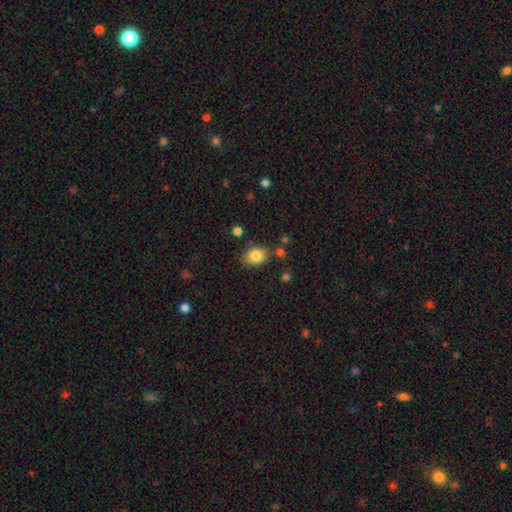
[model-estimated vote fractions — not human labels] A smooth galaxy with no disk features (83%) that is in between round and cigar-shaped (66%).

Vote fractions:
- Smooth or featured? smooth: 83% / star or artifact: 9% / featured or disk: 8%
- How rounded? in between: 66% / round: 33% / cigar-shaped: 1%
- Merging? none: 76% / minor disturbance: 15% / merger: 5% / major disturbance: 4%